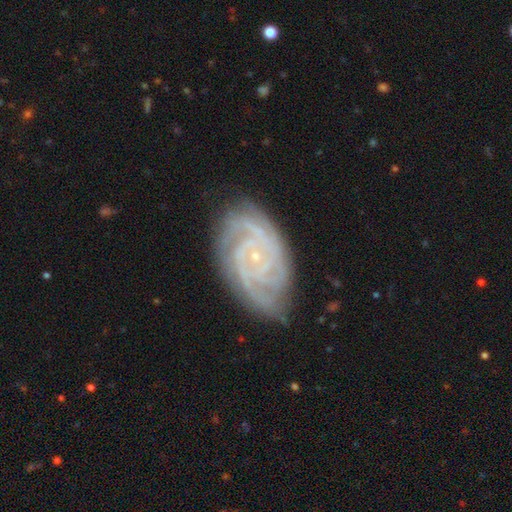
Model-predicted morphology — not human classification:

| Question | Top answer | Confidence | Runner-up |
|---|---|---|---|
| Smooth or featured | featured or disk | 90% | star or artifact (6%) |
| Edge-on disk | no | 97% | yes (3%) |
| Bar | no | 70% | weak (23%) |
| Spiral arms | yes | 98% | no (2%) |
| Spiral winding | tight | 79% | medium (18%) |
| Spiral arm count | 3 | 28% | 2 (26%) |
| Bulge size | small | 87% | moderate (8%) |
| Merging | none | 78% | minor disturbance (16%) |